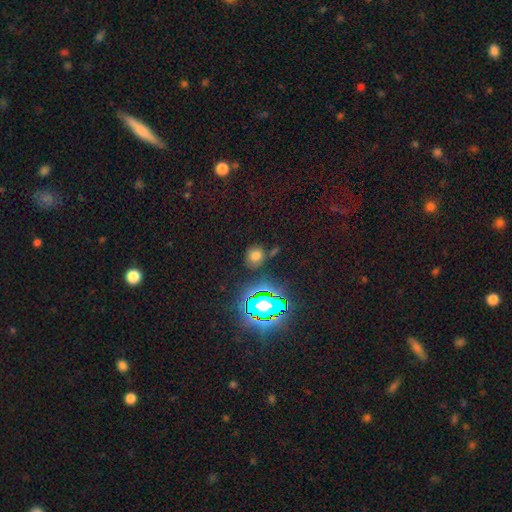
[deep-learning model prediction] smooth_or_featured: smooth (p=0.63) [alt: star or artifact p=0.28]
how_rounded: round (p=0.74) [alt: in between p=0.24]
merging: none (p=0.77) [alt: minor disturbance p=0.12]